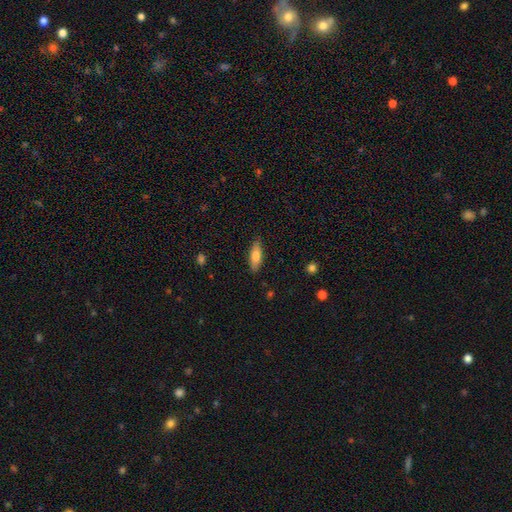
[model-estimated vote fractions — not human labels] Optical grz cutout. It shows a smooth galaxy with no disk features (73%) that is in between round and cigar-shaped (55%). Merging: none (86%).